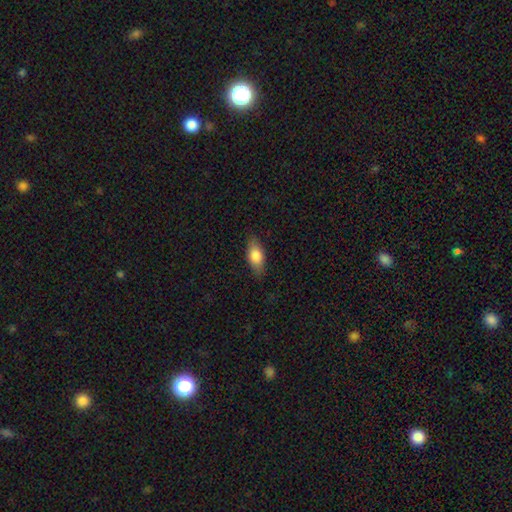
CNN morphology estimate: Q: Smooth or featured?
A: smooth (80%); runner-up: featured or disk (14%)
Q: How rounded?
A: in between (85%); runner-up: cigar-shaped (11%)
Q: Merging?
A: none (82%); runner-up: minor disturbance (13%)